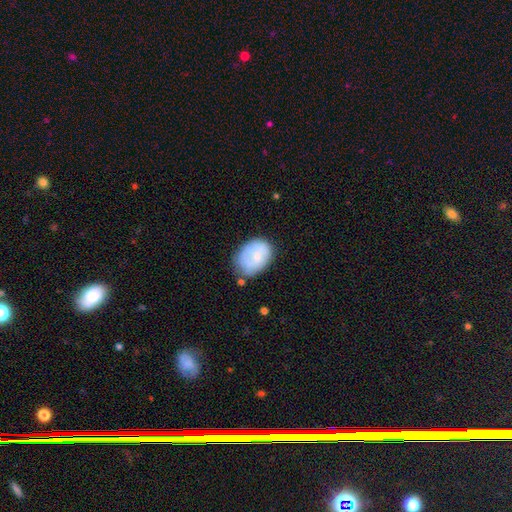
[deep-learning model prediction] Overall: smooth (64%; featured or disk 29%). How rounded: in between (74%). Merging: none (56%; minor disturbance 30%).